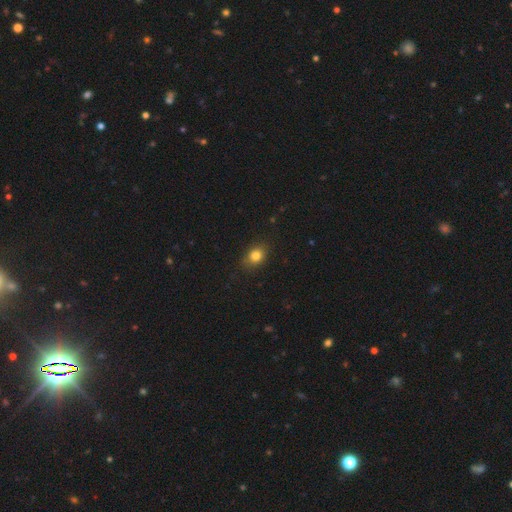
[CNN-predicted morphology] A smooth galaxy with no disk features (81%) that is in between round and cigar-shaped (55%). Merging: none (83%).